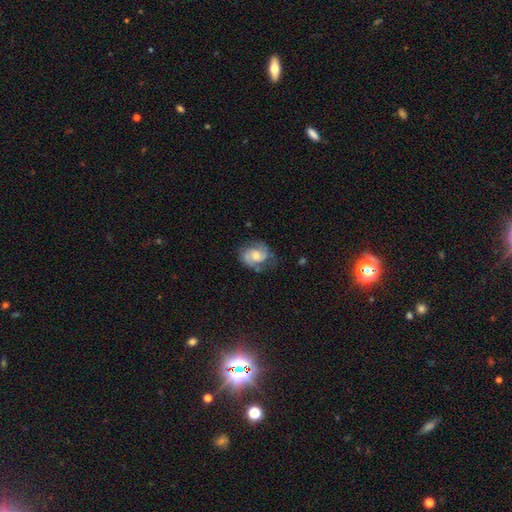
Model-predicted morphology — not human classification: Q: Smooth or featured?
A: featured or disk (67%); runner-up: smooth (25%)
Q: Edge-on disk?
A: no (97%); runner-up: yes (3%)
Q: Bar?
A: no (55%); runner-up: weak (37%)
Q: Spiral arms?
A: yes (91%); runner-up: no (9%)
Q: Spiral winding?
A: medium (47%); runner-up: tight (34%)
Q: Spiral arm count?
A: 2 (83%); runner-up: can't tell (9%)
Q: Bulge size?
A: moderate (56%); runner-up: small (30%)
Q: Merging?
A: none (66%); runner-up: minor disturbance (22%)